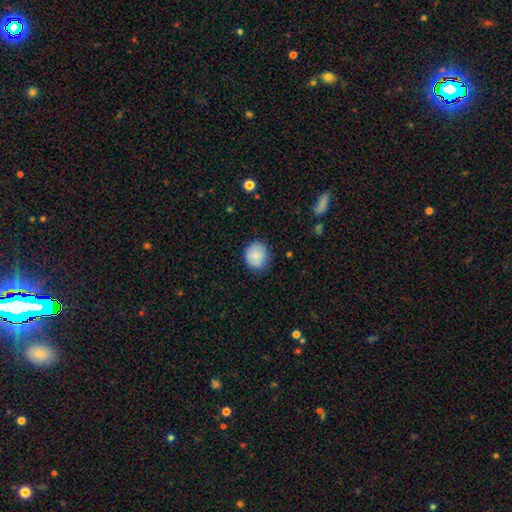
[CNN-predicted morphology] smooth-or-featured: smooth: 82% | featured or disk: 10% | star or artifact: 8%
  how-rounded: round: 76% | in between: 23% | cigar-shaped: 1%
  merging: none: 77% | minor disturbance: 19% | major disturbance: 4% | merger: 1%